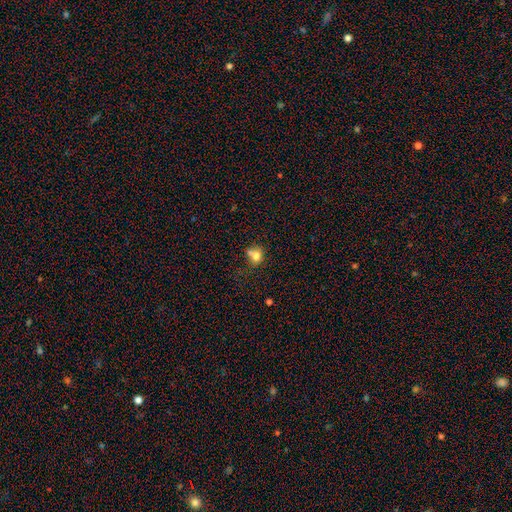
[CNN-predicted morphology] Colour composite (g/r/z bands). It shows a smooth galaxy with no disk features (75%) that is round (66%). Merging: merger (39%).